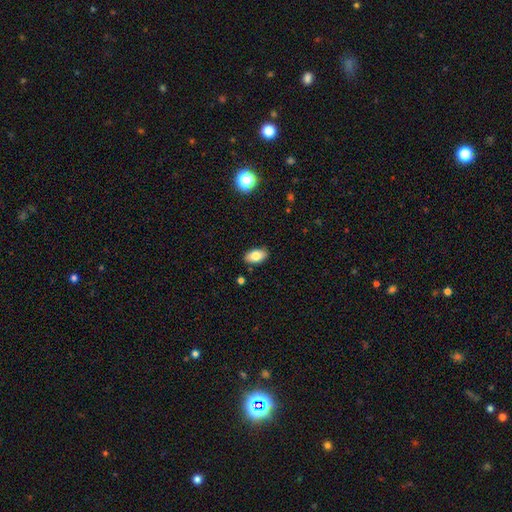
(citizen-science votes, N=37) smooth_or_featured: smooth (p=0.84) [alt: featured or disk p=0.14]
how_rounded: in between (p=0.94) [alt: round p=0.06]
merging: none (p=0.86) [alt: minor disturbance p=0.11]